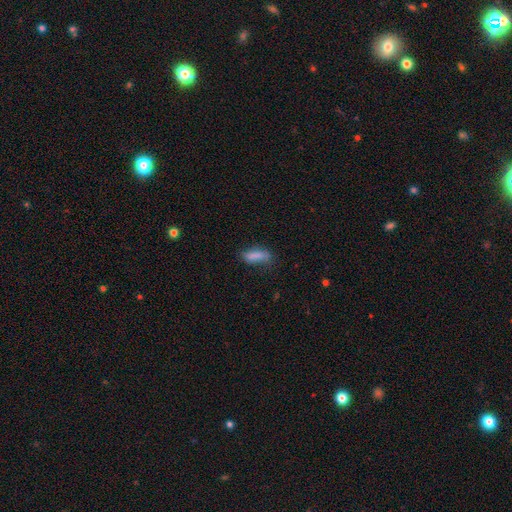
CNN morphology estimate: The model was most divided on "how rounded": in between: 58%, cigar-shaped: 39%, round: 2%. More confident: smooth or featured — smooth (81%); merging — none (64%).